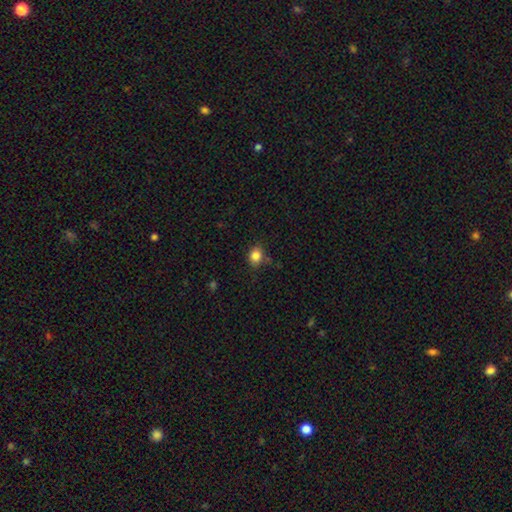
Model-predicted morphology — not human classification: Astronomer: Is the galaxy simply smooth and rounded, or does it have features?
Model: smooth — 84%.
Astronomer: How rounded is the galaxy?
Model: round — 58% (runner-up: in between, 41%).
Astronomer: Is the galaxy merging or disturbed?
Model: none — 76%.